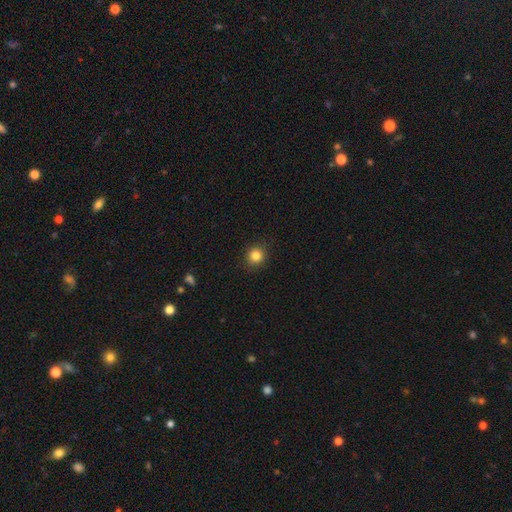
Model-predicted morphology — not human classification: The model was most divided on "smooth or featured": smooth: 84%, star or artifact: 11%, featured or disk: 5%. More confident: merging — none (89%); how rounded — round (89%).